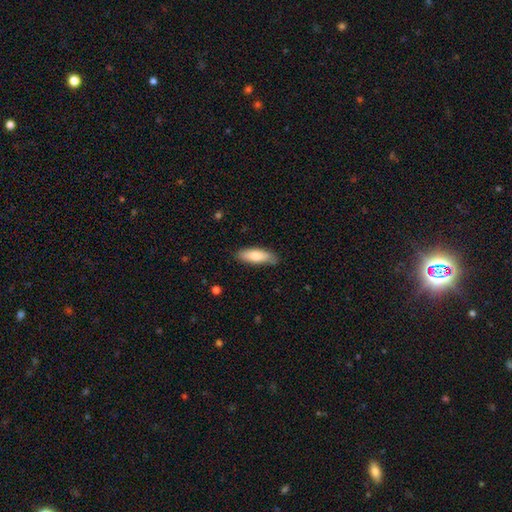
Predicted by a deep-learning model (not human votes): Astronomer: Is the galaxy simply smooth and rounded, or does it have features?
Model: smooth — 76%.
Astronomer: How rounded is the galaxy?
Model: in between — 63%.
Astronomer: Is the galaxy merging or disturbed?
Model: none — 81%.